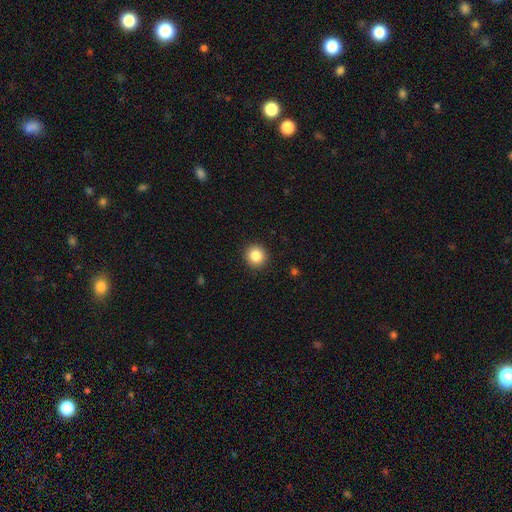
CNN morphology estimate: A smooth galaxy with no disk features (85%) that is round (93%). Merging: none (92%).